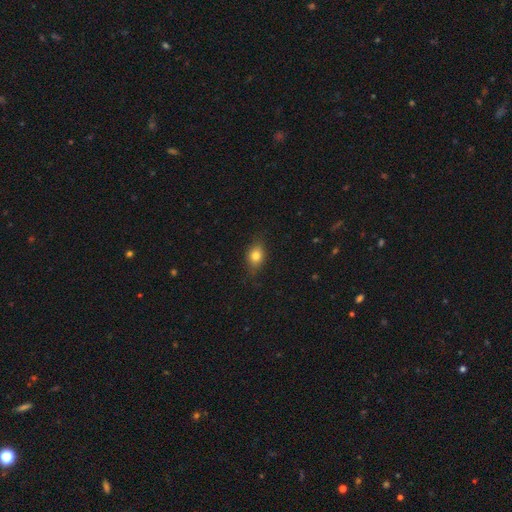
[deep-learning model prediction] A smooth galaxy with no disk features (78%) that is in between round and cigar-shaped (68%). Merging: none (78%).